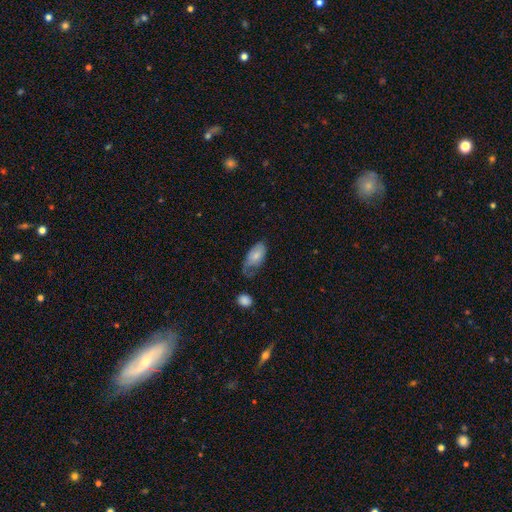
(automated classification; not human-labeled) Smooth or featured? Predicted: smooth (p=0.68). How rounded? Predicted: in between (p=0.93). Merging? Predicted: minor disturbance (p=0.35).